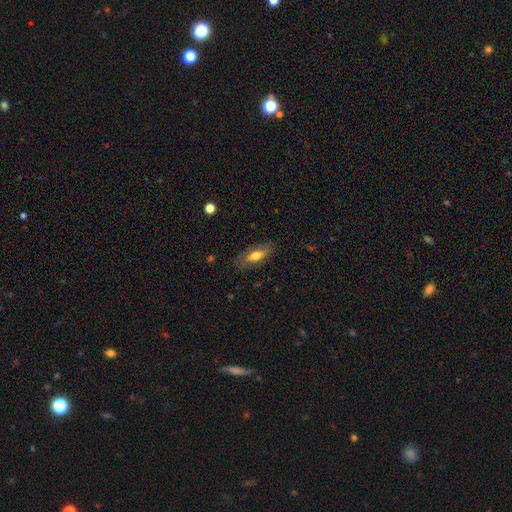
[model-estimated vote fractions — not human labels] smooth 61%, featured or disk 32%, star or artifact 7%. Down the decision tree: how rounded — in between (69%); merging — none (80%).